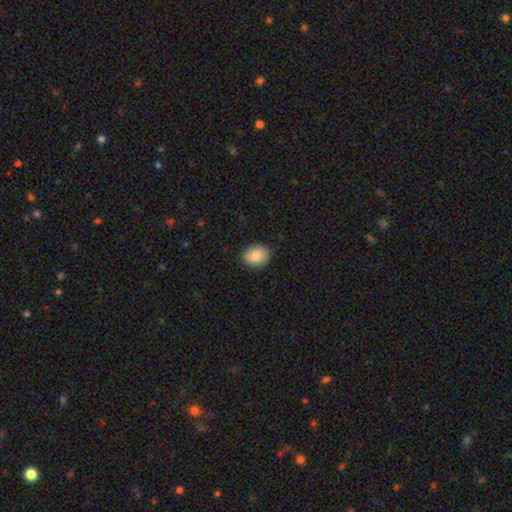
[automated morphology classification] Overall: smooth (88%). How rounded: in between (51%; round 48%). Merging: none (88%).